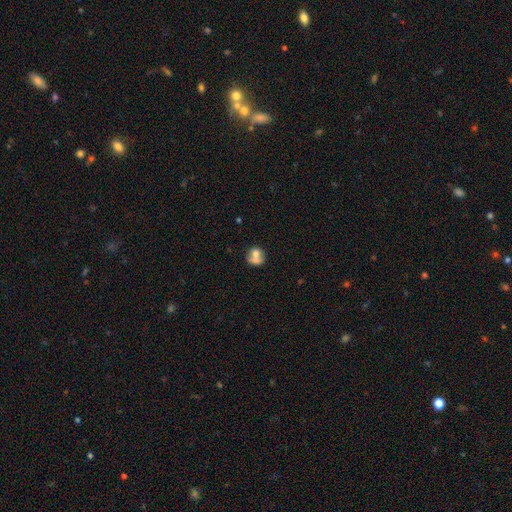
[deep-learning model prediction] smooth-or-featured: smooth: 64% | featured or disk: 28% | star or artifact: 9%
  how-rounded: round: 75% | in between: 24% | cigar-shaped: 1%
  merging: merger: 50% | none: 34% | minor disturbance: 10% | major disturbance: 6%